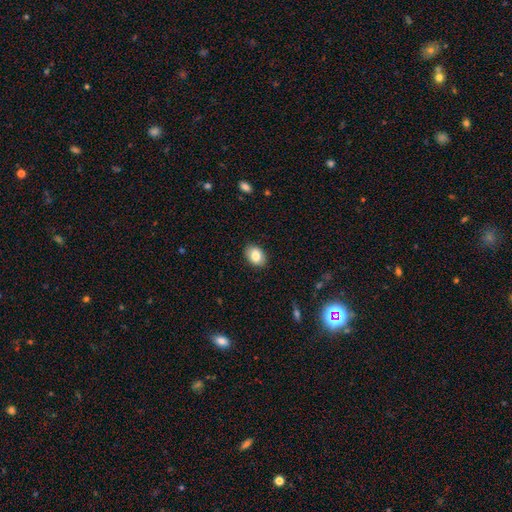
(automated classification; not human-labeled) smooth 83%, featured or disk 8%, star or artifact 8%. Down the decision tree: how rounded — in between (73%); merging — none (89%).